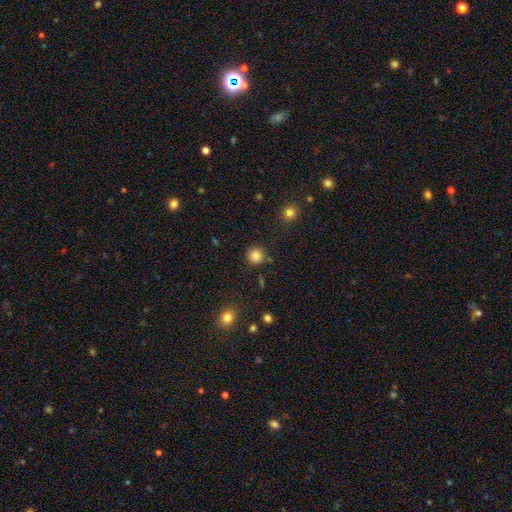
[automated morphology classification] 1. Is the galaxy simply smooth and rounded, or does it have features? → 84% smooth, 11% star or artifact, 5% featured or disk.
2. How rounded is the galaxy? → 93% round, 6% in between, 1% cigar-shaped.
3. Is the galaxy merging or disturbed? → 88% none, 7% minor disturbance, 3% merger, 2% major disturbance.